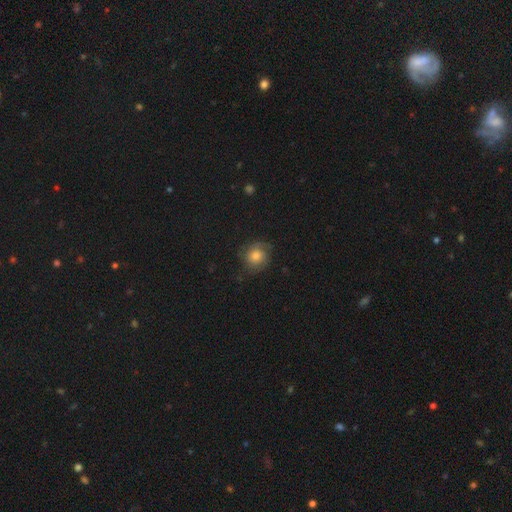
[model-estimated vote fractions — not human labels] This appears to be a smooth galaxy with no disk features (53%) that is round (83%). Merging: none (68%).